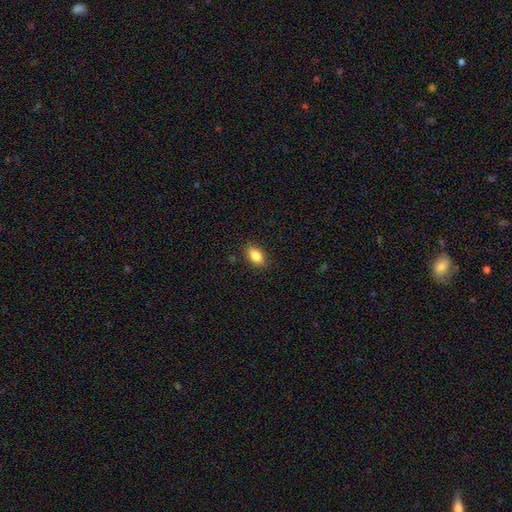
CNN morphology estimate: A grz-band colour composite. It shows a smooth galaxy with no disk features (85%) that is in between round and cigar-shaped (90%). Merging: none (87%).